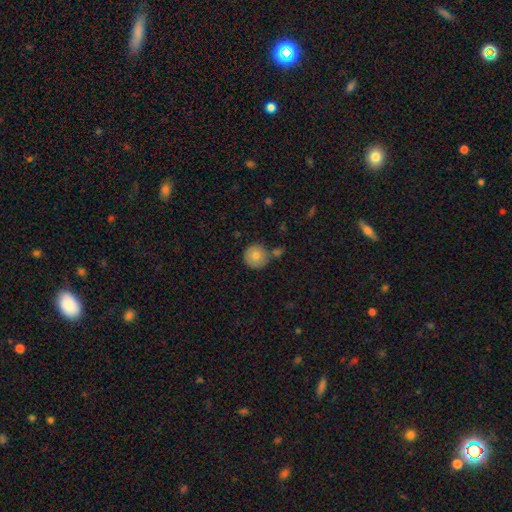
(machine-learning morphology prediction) Smooth or featured: smooth — 79% (featured or disk — 13%)
How rounded: round — 95% (in between — 4%)
Merging: none — 72% (merger — 14%)